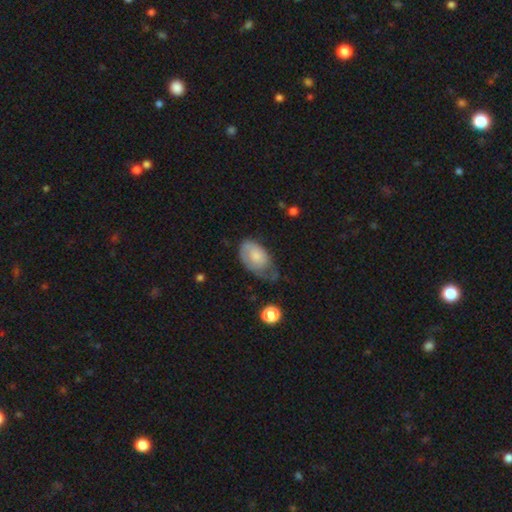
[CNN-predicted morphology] A smooth galaxy with no disk features (60%) that is in between round and cigar-shaped (90%). Merging: minor disturbance (38%).